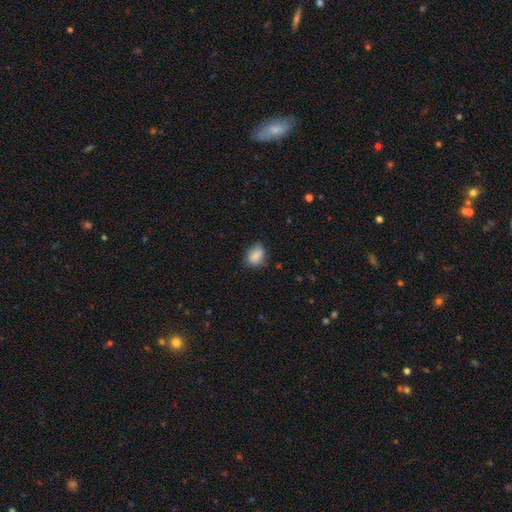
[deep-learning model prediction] Morphology: type=smooth (82%); roundness=in between (58%); merging=none (64%).